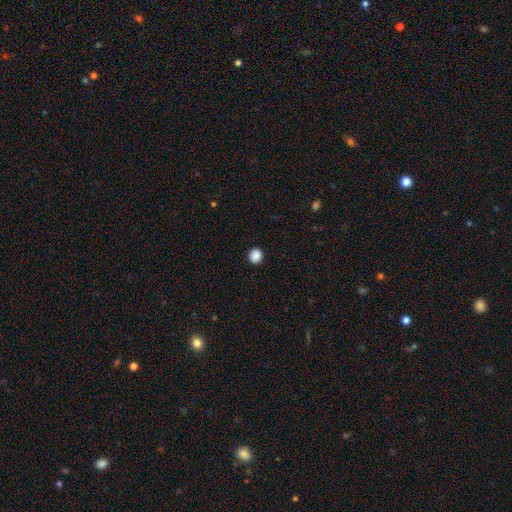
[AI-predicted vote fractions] This is clearly a smooth galaxy (88%). How rounded: clearly round (88%). Merging: clearly none (92%).